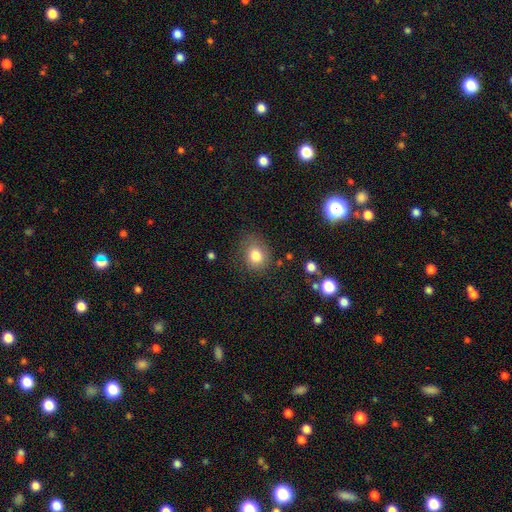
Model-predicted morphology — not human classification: This is clearly a smooth galaxy (80%). How rounded: likely round (67%). Merging: likely none (74%).